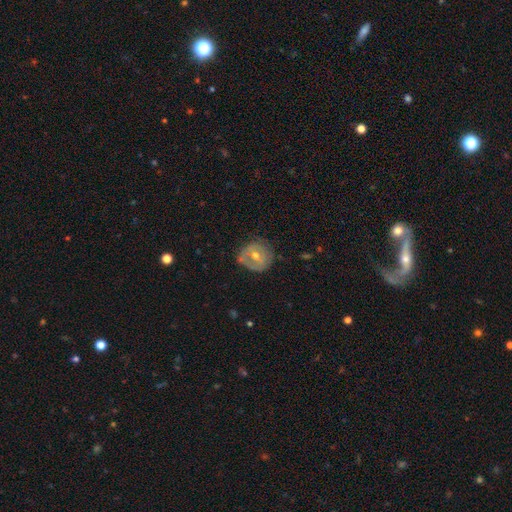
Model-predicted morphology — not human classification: A featured or disk galaxy (54%) with no bar (55%), no spiral arms (60%) and a moderate central bulge (67%). Merging: none (66%).